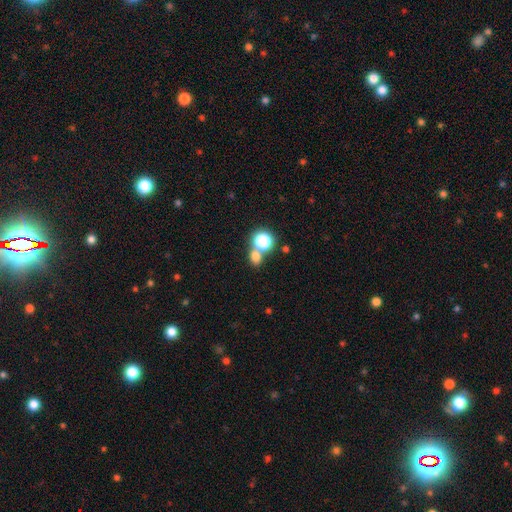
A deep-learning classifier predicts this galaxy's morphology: smooth_or_featured: smooth (p=0.70) [alt: star or artifact p=0.22]
how_rounded: round (p=0.63) [alt: in between p=0.36]
merging: none (p=0.53) [alt: merger p=0.36]